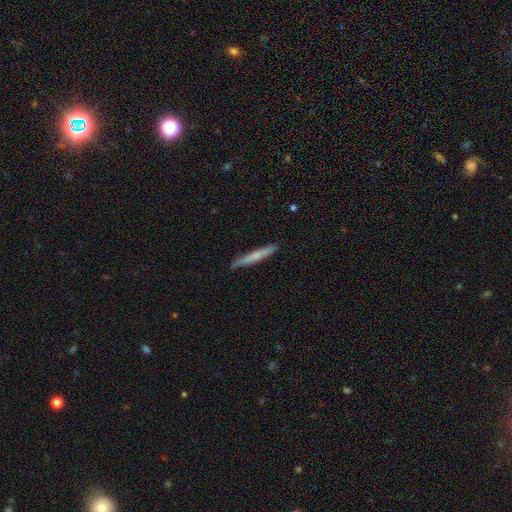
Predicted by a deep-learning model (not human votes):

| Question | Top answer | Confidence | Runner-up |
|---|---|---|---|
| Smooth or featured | smooth | 60% | featured or disk (34%) |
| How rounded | cigar-shaped | 96% | in between (3%) |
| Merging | none | 89% | minor disturbance (9%) |